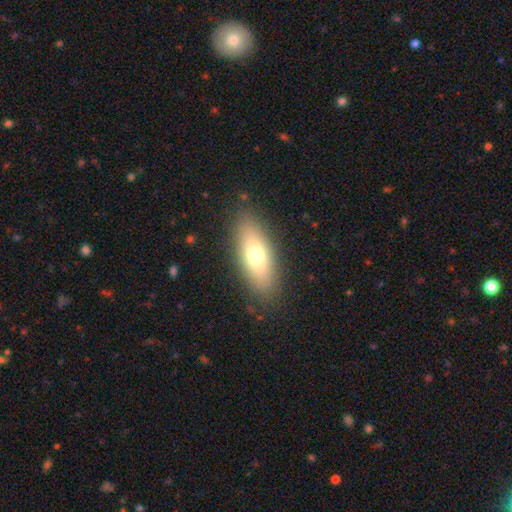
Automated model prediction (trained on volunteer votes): This is likely a smooth galaxy (69%). How rounded: likely in between (70%). Merging: clearly none (87%).